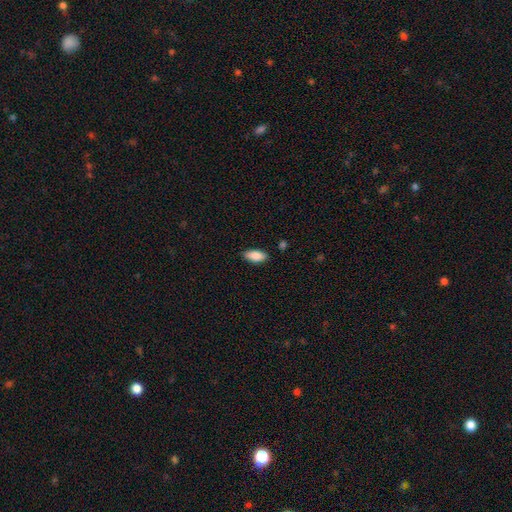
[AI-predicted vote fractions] Smooth or featured? smooth (87%)
How rounded? in between (89%)
Merging? none (85%)